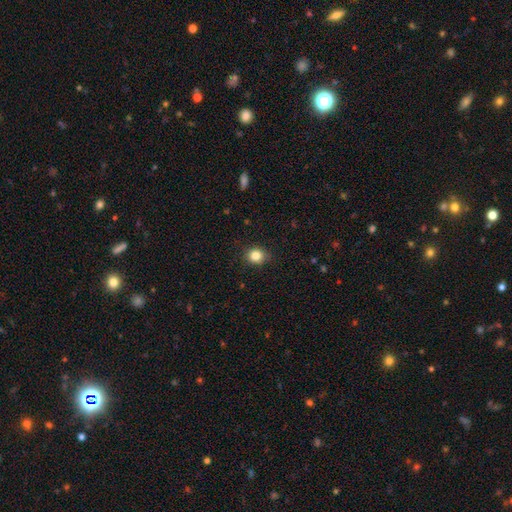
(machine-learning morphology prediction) This is clearly a smooth galaxy (84%). How rounded: likely round (76%). Merging: clearly none (86%).